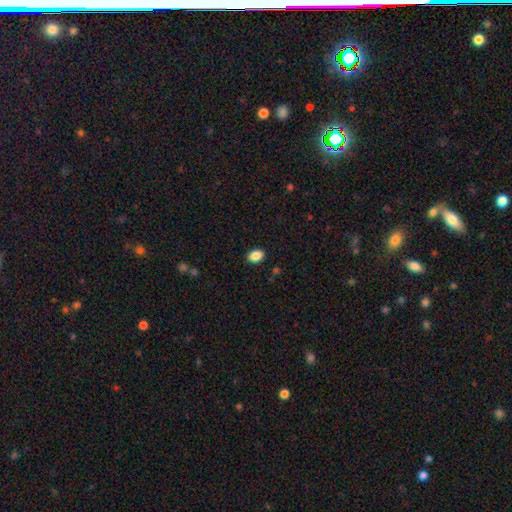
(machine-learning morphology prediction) This is clearly a smooth galaxy (88%). How rounded: likely in between (76%). Merging: clearly none (90%).